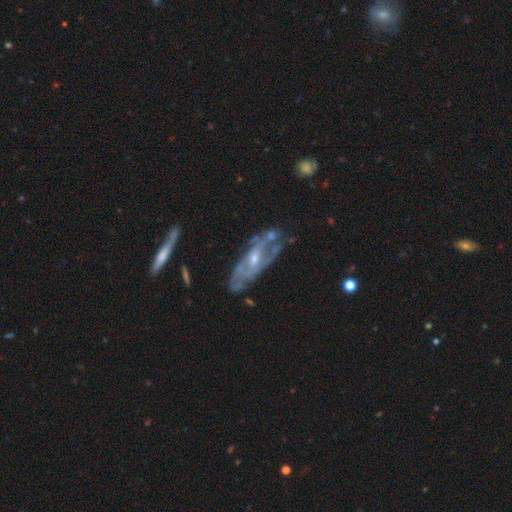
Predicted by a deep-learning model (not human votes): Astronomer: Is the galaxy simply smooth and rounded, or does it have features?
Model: featured or disk — 76%.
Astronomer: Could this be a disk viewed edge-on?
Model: no — 79%.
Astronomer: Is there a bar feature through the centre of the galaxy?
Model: no — 59%.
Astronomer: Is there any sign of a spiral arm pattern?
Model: yes — 71%.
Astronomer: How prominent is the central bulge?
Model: small — 54% (runner-up: moderate, 40%).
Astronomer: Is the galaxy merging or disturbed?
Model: none — 63%.